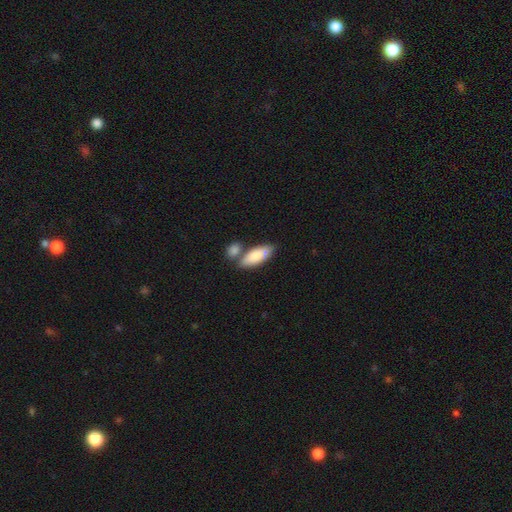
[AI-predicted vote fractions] Smooth or featured? smooth (80%)
How rounded? in between (78%)
Merging? none (51%)